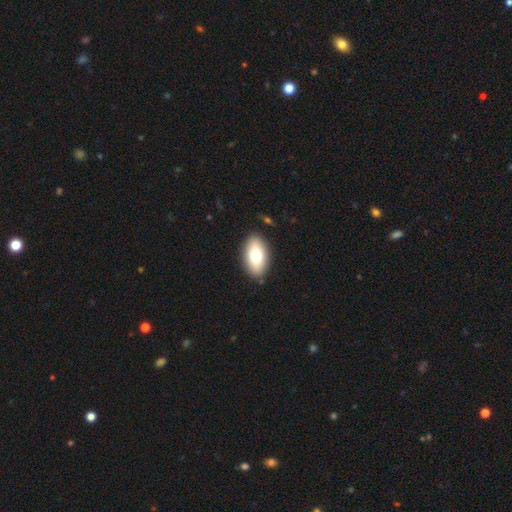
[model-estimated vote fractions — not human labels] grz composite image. It shows a smooth galaxy with no disk features (76%) that is in between round and cigar-shaped (93%). Merging: none (88%).